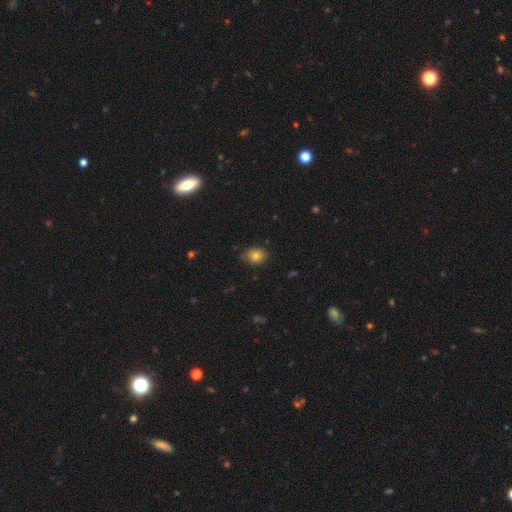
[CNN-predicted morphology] smooth_or_featured: smooth (p=0.80) [alt: star or artifact p=0.11]
how_rounded: round (p=0.58) [alt: in between p=0.41]
merging: none (p=0.76) [alt: minor disturbance p=0.19]